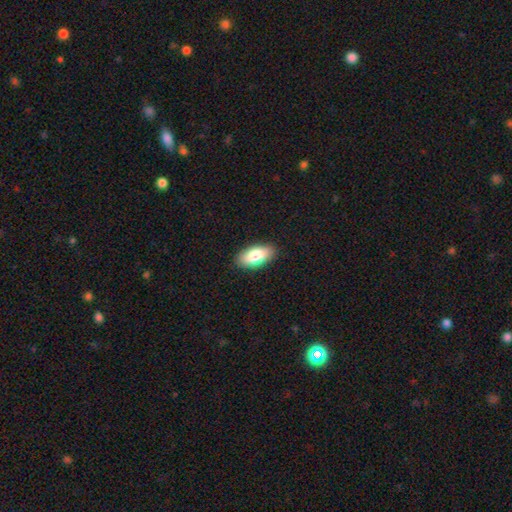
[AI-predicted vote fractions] Q: Smooth or featured?
A: smooth (81%); runner-up: featured or disk (12%)
Q: How rounded?
A: in between (91%); runner-up: cigar-shaped (6%)
Q: Merging?
A: none (89%); runner-up: minor disturbance (8%)